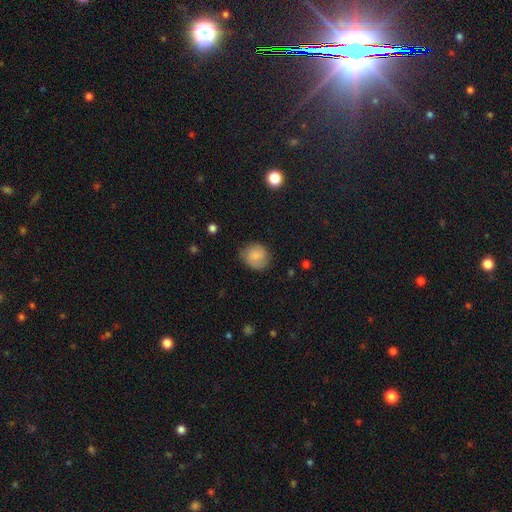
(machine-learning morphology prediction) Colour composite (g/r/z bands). It shows a smooth galaxy with no disk features (72%) that is round (77%). Merging: none (70%).